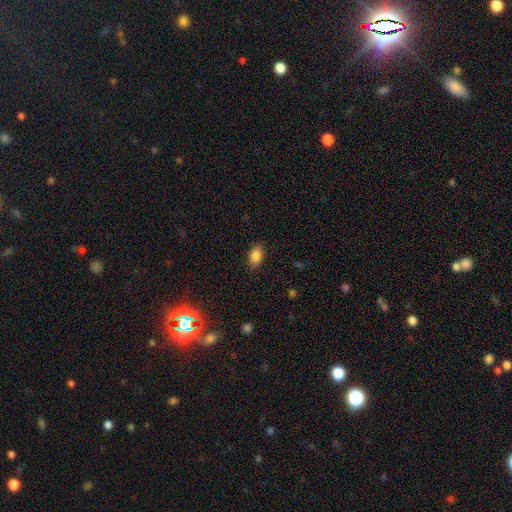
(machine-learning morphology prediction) Overall: smooth (84%). How rounded: in between (87%). Merging: none (84%).